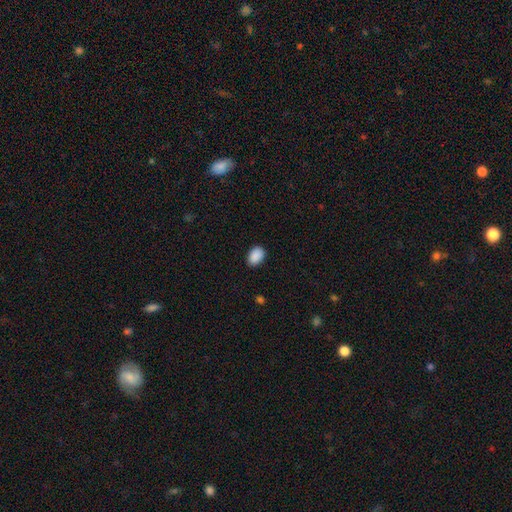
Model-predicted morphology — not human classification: This is clearly a smooth galaxy (90%). How rounded: clearly in between (85%). Merging: clearly none (86%).